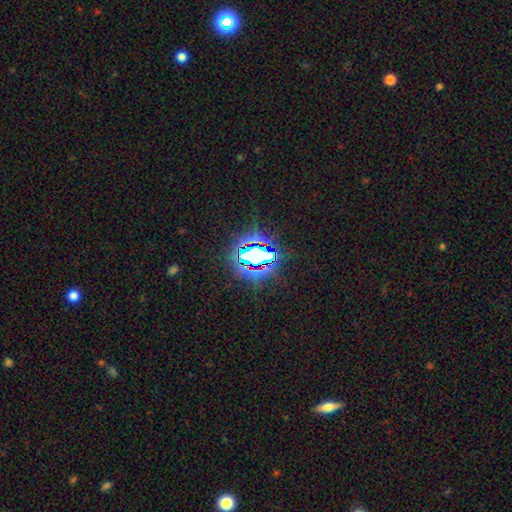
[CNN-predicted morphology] type=star or artifact (73%).